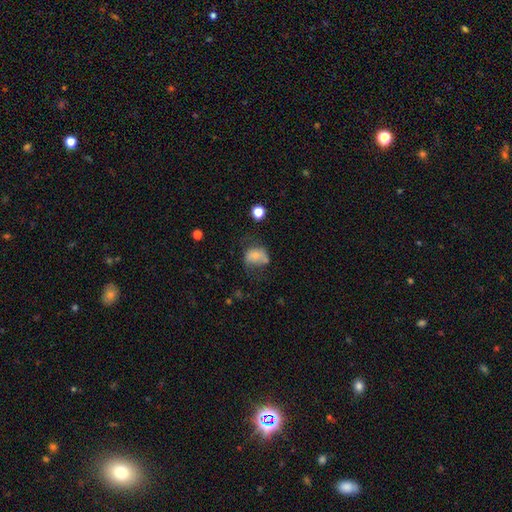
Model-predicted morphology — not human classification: This is likely a smooth galaxy (62%). How rounded: possibly in between (54%). Merging: marginally none (35%).